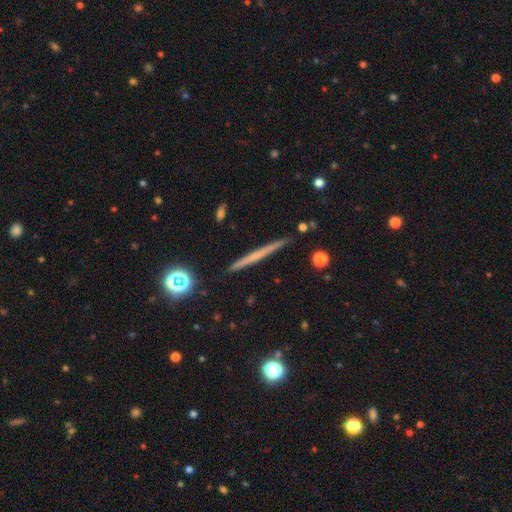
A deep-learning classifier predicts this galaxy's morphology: This appears to be a featured or disk galaxy (54%) viewed edge-on (98%) with no central bulge (83%). Merging: none (91%).